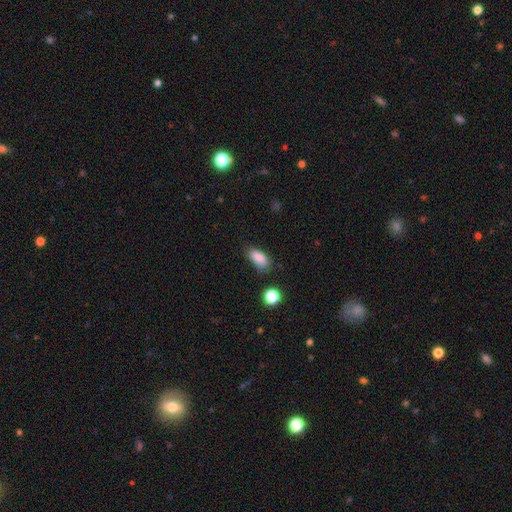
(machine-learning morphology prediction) smooth 86%, star or artifact 9%, featured or disk 5%. Down the decision tree: how rounded — in between (88%); merging — none (70%).